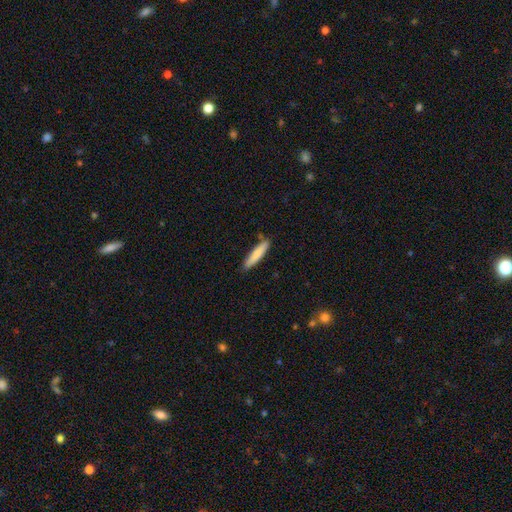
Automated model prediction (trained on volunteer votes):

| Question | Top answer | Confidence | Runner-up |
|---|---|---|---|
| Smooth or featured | smooth | 81% | featured or disk (13%) |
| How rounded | cigar-shaped | 87% | in between (12%) |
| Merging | none | 85% | minor disturbance (11%) |